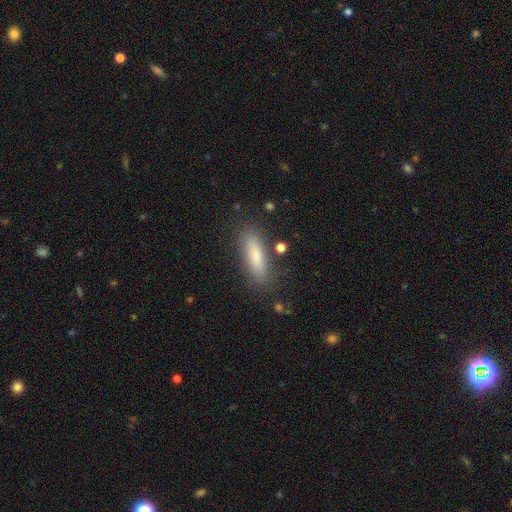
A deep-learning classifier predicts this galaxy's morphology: Smooth or featured: smooth — 82% (featured or disk — 11%)
How rounded: cigar-shaped — 54% (in between — 44%)
Merging: none — 82% (minor disturbance — 11%)